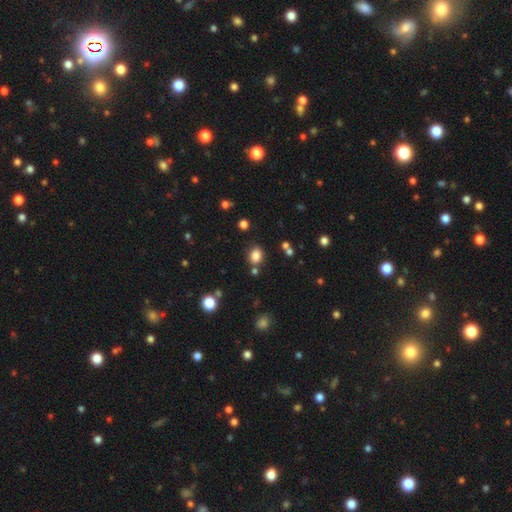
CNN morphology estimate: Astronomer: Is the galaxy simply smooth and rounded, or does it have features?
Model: smooth — 83%.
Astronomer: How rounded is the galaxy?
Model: round — 55% (runner-up: in between, 44%).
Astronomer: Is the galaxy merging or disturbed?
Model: none — 78%.